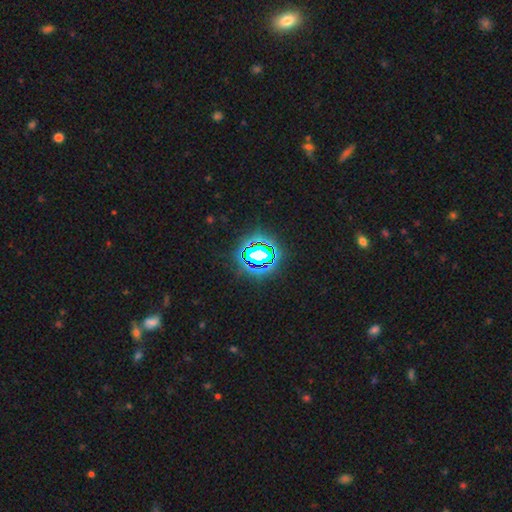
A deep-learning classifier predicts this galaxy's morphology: This appears to be a star or artifact, not a galaxy (80%).